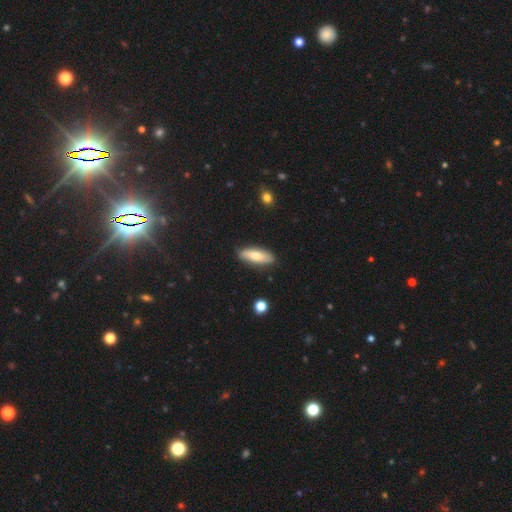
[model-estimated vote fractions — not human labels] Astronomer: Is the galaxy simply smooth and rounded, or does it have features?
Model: smooth — 72%.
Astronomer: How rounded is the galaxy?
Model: in between — 59% (runner-up: cigar-shaped, 39%).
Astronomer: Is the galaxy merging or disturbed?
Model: none — 86%.